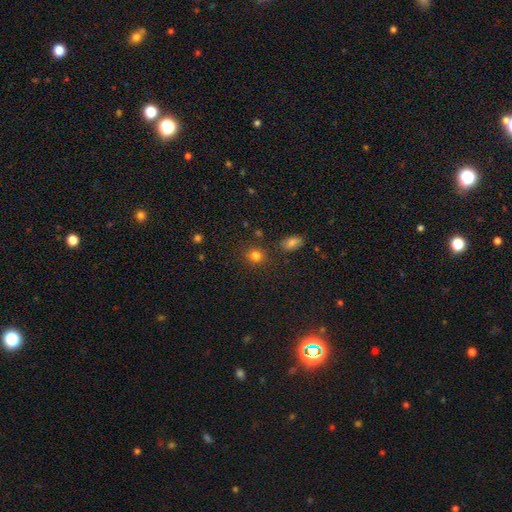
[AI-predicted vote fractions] Smooth or featured? smooth (80%)
How rounded? round (79%)
Merging? none (83%)